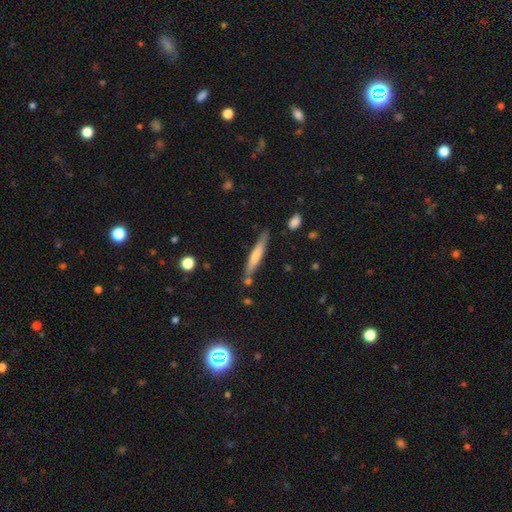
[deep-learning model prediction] Overall: smooth (58%; featured or disk 37%). How rounded: cigar-shaped (93%). Merging: none (78%).